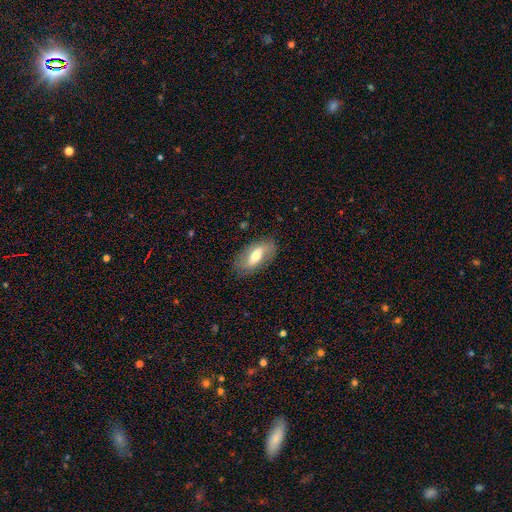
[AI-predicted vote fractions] Morphology: type=featured or disk (49%); merging=none (81%).